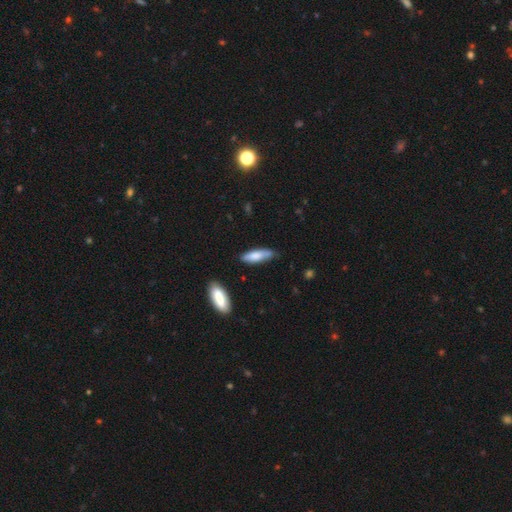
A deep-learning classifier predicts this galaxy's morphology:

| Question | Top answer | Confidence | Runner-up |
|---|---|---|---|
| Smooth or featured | smooth | 76% | featured or disk (19%) |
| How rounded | cigar-shaped | 60% | in between (39%) |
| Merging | none | 72% | minor disturbance (22%) |